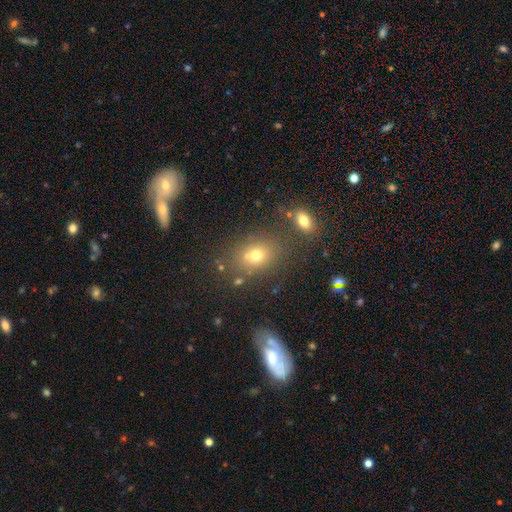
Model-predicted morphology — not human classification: Smooth or featured? smooth (70%)
How rounded? in between (59%)
Merging? none (72%)